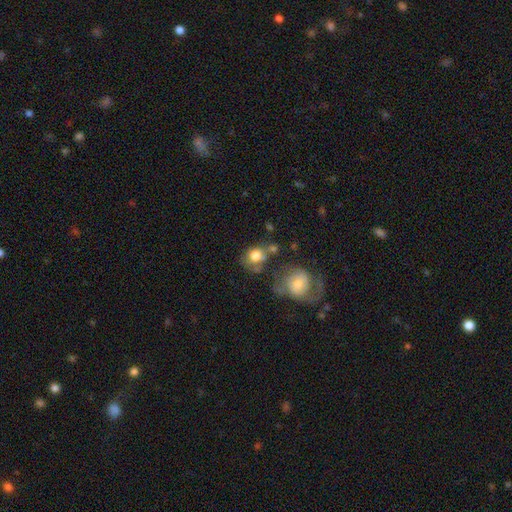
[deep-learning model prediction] smooth_or_featured: smooth (p=0.75) [alt: featured or disk p=0.16]
how_rounded: round (p=0.58) [alt: in between p=0.41]
merging: none (p=0.40) [alt: merger p=0.24]